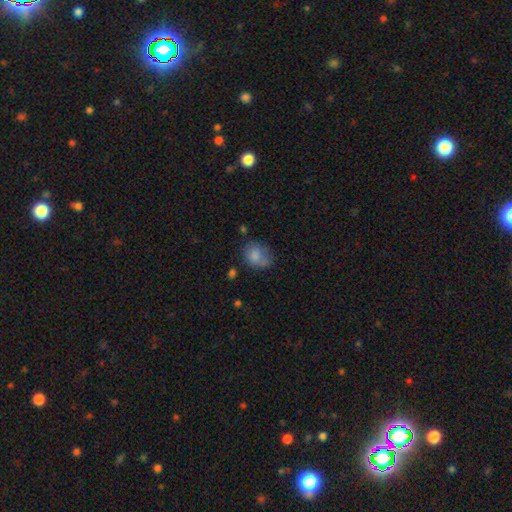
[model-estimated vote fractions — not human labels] Q: Smooth or featured?
A: smooth (78%); runner-up: featured or disk (13%)
Q: How rounded?
A: round (59%); runner-up: in between (40%)
Q: Merging?
A: none (49%); runner-up: minor disturbance (26%)